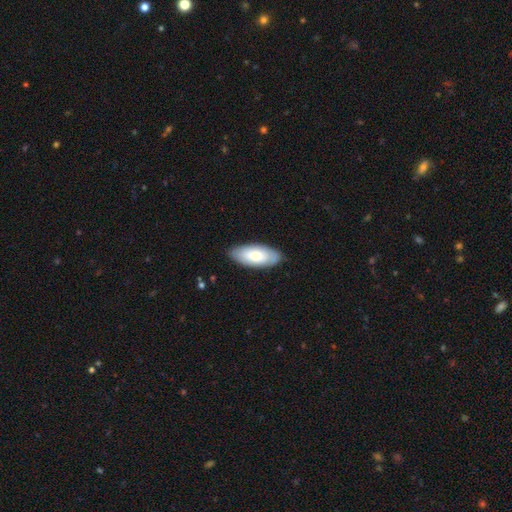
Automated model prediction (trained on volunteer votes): Smooth or featured: smooth — 66% (featured or disk — 29%)
How rounded: in between — 89% (cigar-shaped — 9%)
Merging: none — 85% (minor disturbance — 12%)